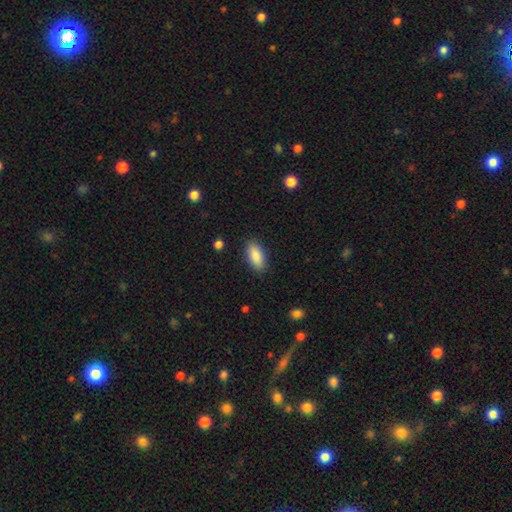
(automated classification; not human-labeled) smooth-or-featured: smooth: 87% | star or artifact: 6% | featured or disk: 6%
  how-rounded: in between: 87% | cigar-shaped: 11% | round: 2%
  merging: none: 88% | minor disturbance: 9% | major disturbance: 2% | merger: 1%